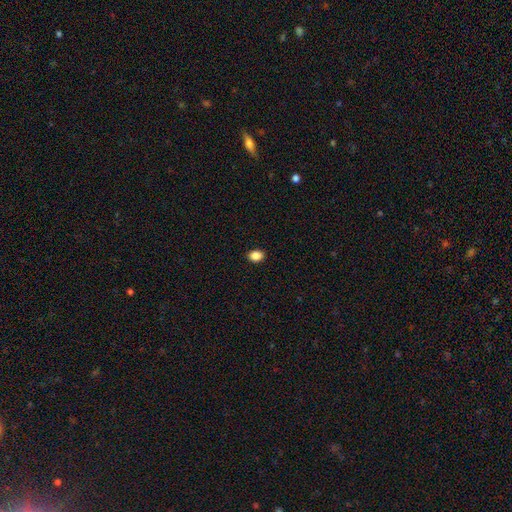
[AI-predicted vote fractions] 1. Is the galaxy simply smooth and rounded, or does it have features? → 87% smooth, 10% star or artifact, 3% featured or disk.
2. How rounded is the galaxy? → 66% in between, 33% round, 1% cigar-shaped.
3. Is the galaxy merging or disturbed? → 91% none, 7% minor disturbance, 2% major disturbance, 1% merger.